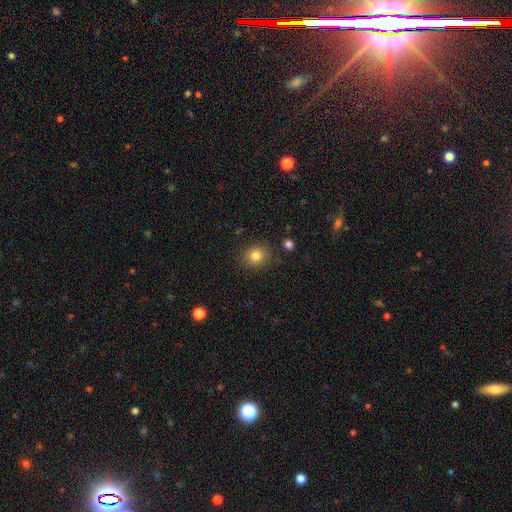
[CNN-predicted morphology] A smooth galaxy with no disk features (82%) that is round (80%).

Vote fractions:
- Smooth or featured? smooth: 82% / star or artifact: 12% / featured or disk: 7%
- How rounded? round: 80% / in between: 19% / cigar-shaped: 1%
- Merging? none: 87% / minor disturbance: 8% / major disturbance: 2% / merger: 2%